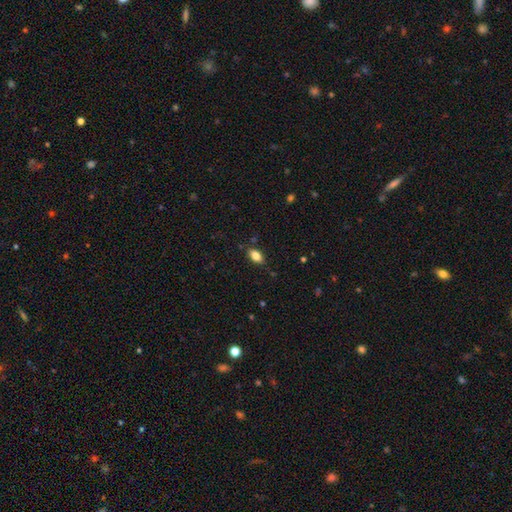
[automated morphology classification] A smooth galaxy with no disk features (83%) that is in between round and cigar-shaped (90%). Merging: none (83%).